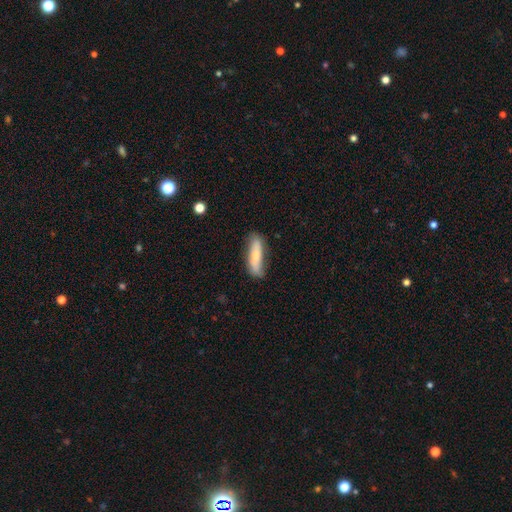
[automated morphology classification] Q: Smooth or featured?
A: smooth (64%); runner-up: featured or disk (30%)
Q: How rounded?
A: cigar-shaped (64%); runner-up: in between (34%)
Q: Merging?
A: none (73%); runner-up: minor disturbance (21%)